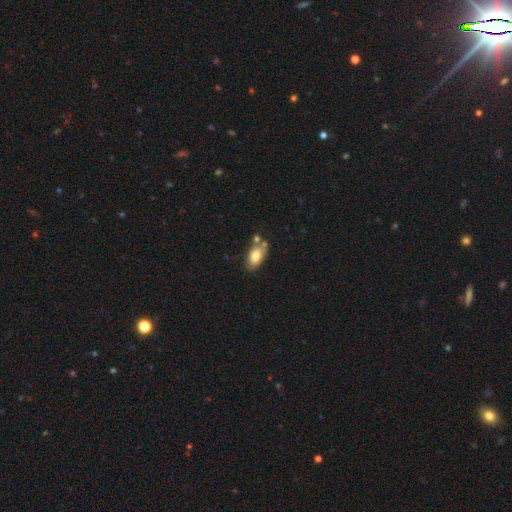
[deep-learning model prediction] A smooth galaxy with no disk features (76%) that is in between round and cigar-shaped (90%). Merging: none (57%).